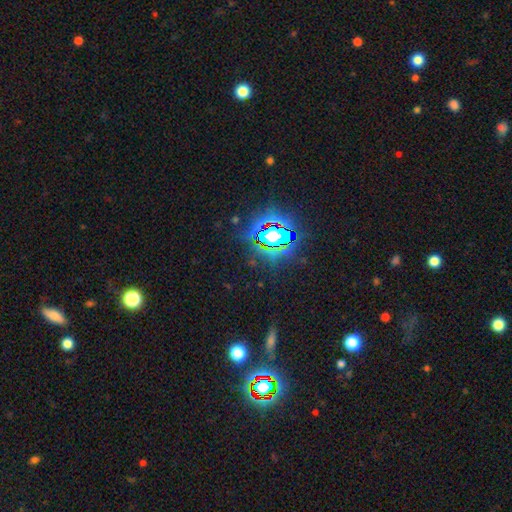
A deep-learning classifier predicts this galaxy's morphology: star or artifact 84%, smooth 9%, featured or disk 7%.